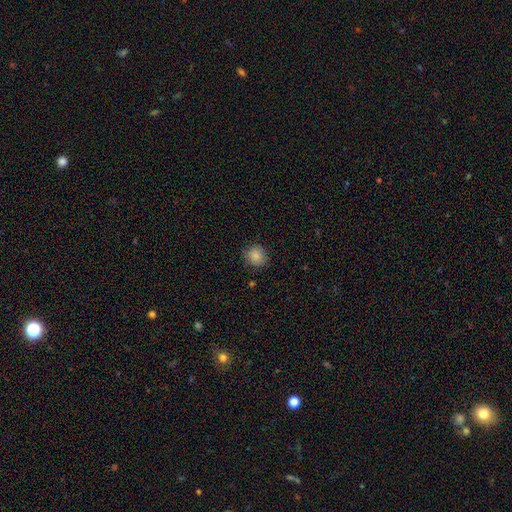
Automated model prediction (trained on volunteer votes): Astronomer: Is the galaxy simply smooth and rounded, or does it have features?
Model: smooth — 86%.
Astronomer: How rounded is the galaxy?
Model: round — 88%.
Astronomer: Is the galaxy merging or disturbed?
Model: none — 87%.